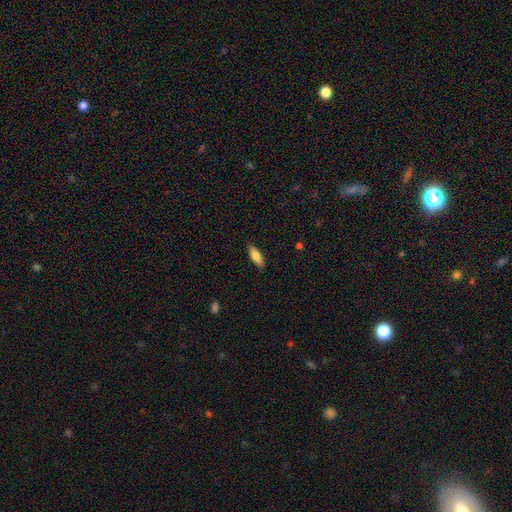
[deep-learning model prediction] smooth 79%, featured or disk 15%, star or artifact 6%. Down the decision tree: how rounded — in between (66%); merging — none (86%).